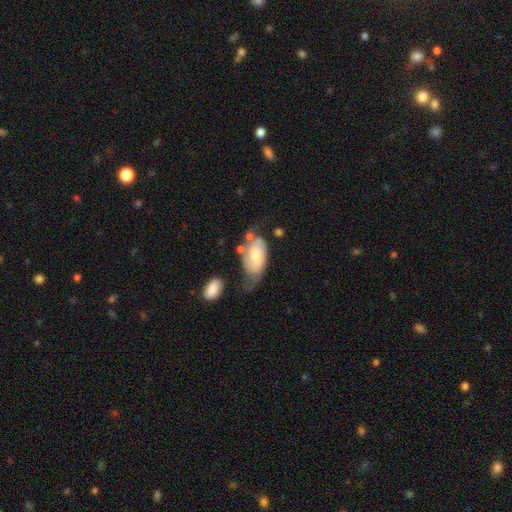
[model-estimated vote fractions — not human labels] This appears to be a featured or disk galaxy (48%). Merging: minor disturbance (29%, tied with major disturbance).